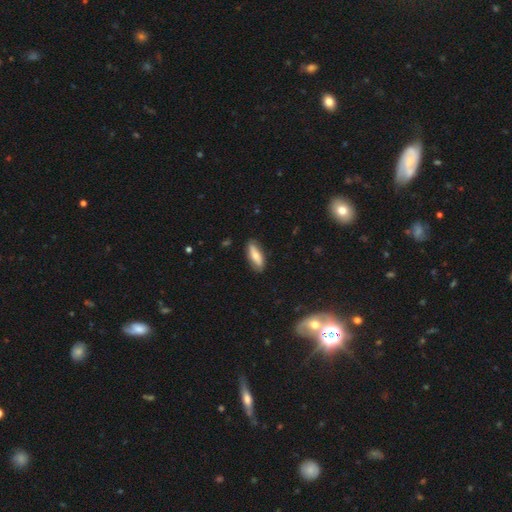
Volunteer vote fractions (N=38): Smooth or featured: smooth — 53% (featured or disk — 45%)
How rounded: in between — 50% (cigar-shaped — 45%)
Merging: none — 78% (minor disturbance — 14%)